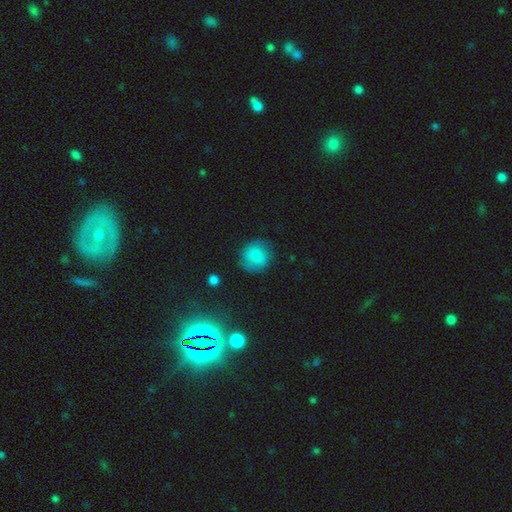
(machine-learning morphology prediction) smooth-or-featured: smooth: 80% | featured or disk: 11% | star or artifact: 9%
  how-rounded: round: 86% | in between: 13% | cigar-shaped: 1%
  merging: none: 75% | minor disturbance: 17% | major disturbance: 6% | merger: 2%